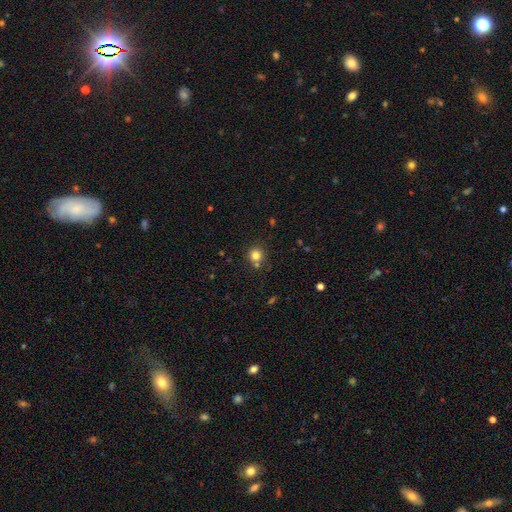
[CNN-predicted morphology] type=smooth (80%); roundness=round (91%); merging=none (72%).